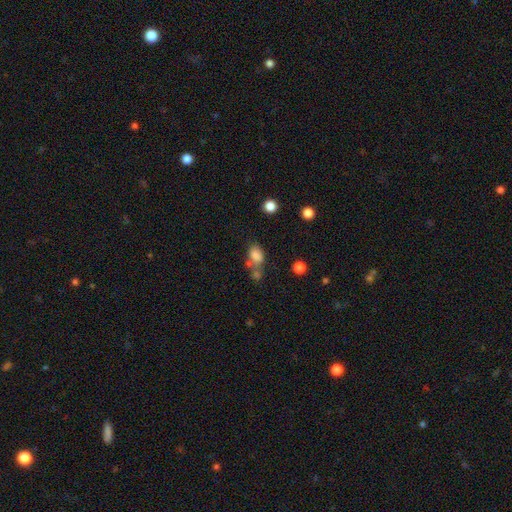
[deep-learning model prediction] The model was most divided on "merging": none: 41%, merger: 32%, minor disturbance: 17%, major disturbance: 10%. More confident: how rounded — in between (78%); smooth or featured — smooth (78%).